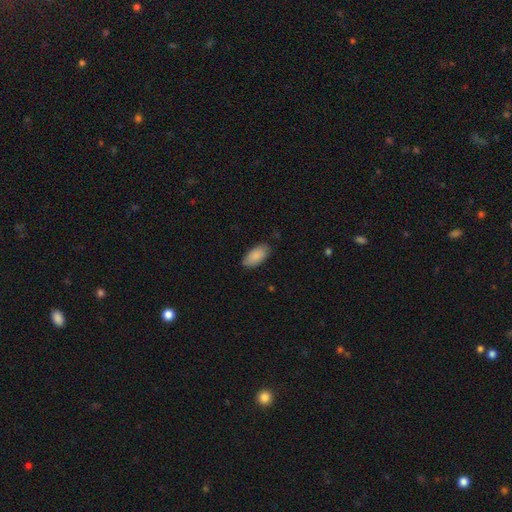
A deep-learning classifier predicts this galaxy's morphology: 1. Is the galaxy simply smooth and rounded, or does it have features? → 87% smooth, 7% featured or disk, 6% star or artifact.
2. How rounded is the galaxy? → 94% in between, 4% cigar-shaped, 2% round.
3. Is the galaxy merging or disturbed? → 81% none, 15% minor disturbance, 3% major disturbance, 1% merger.